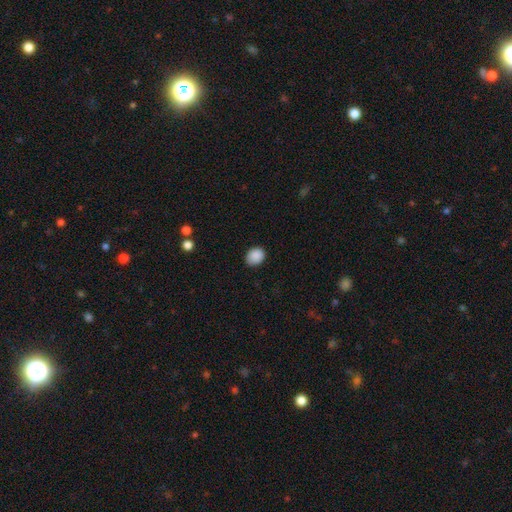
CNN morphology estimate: smooth_or_featured: smooth (p=0.89) [alt: star or artifact p=0.08]
how_rounded: round (p=0.58) [alt: in between p=0.41]
merging: none (p=0.83) [alt: minor disturbance p=0.13]